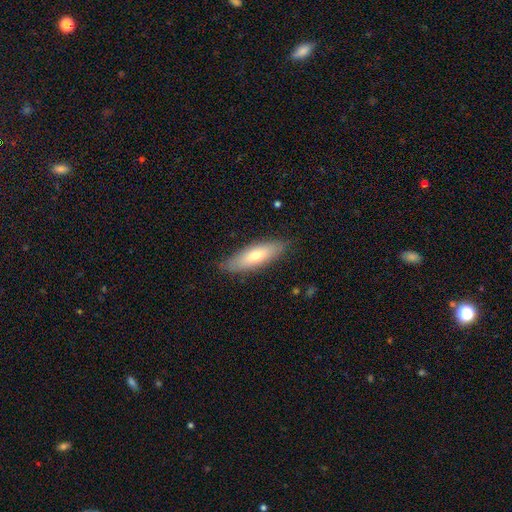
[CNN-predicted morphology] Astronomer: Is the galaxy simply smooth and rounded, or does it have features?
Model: smooth — 66%.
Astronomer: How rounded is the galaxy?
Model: in between — 51% (runner-up: cigar-shaped, 47%).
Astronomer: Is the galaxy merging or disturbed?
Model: none — 83%.